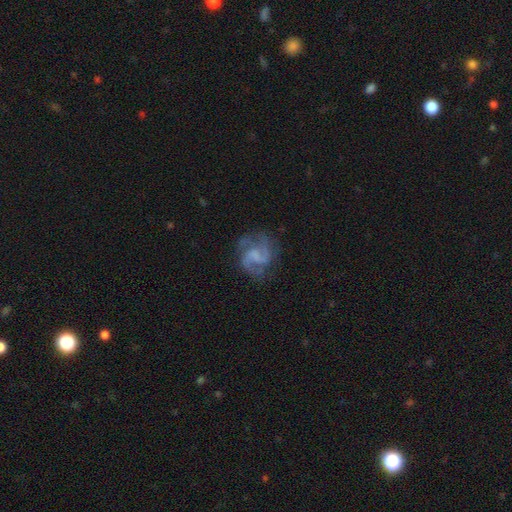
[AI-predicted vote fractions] Smooth or featured?
  - featured or disk: 84% *
  - smooth: 9%
  - star or artifact: 6%
Edge-on disk?
  - no: 98% *
  - yes: 2%
Bar?
  - weak: 49% *
  - no: 37%
  - strong: 14%
Spiral arms?
  - yes: 96% *
  - no: 4%
Spiral winding?
  - medium: 55% *
  - loose: 25%
  - tight: 20%
Spiral arm count?
  - 2: 73% *
  - 3: 14%
  - can't tell: 6%
  - 1: 3%
  - 4: 2%
  - more than 4: 2%
Bulge size?
  - none: 54% *
  - small: 24%
  - moderate: 16%
  - large: 5%
  - dominant: 1%
Merging?
  - none: 70% *
  - minor disturbance: 17%
  - major disturbance: 11%
  - merger: 2%